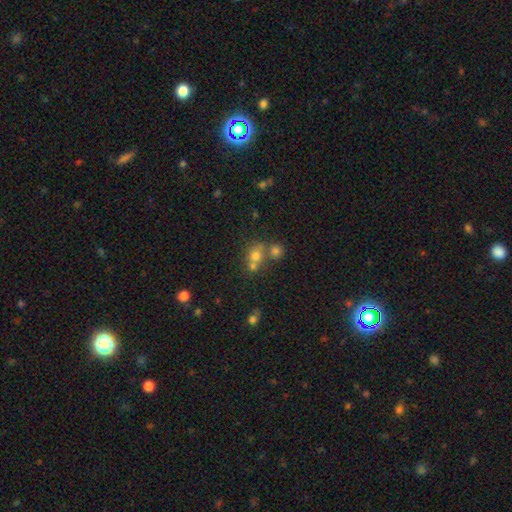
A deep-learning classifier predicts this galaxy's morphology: This appears to be a smooth galaxy with no disk features (67%) that is round (75%). Merging: none (44%).